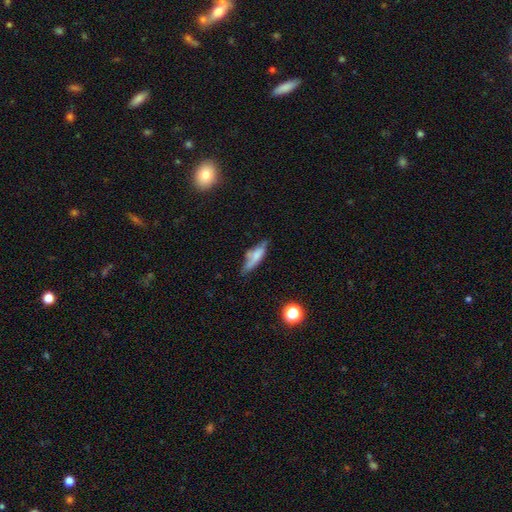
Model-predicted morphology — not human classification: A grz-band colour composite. It shows a smooth galaxy with no disk features (63%) that is cigar-shaped (56%). Merging: none (52%).